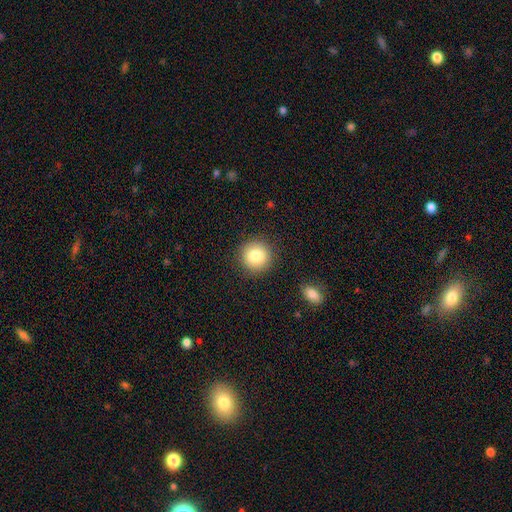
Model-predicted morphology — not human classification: Smooth or featured: smooth — 83% (star or artifact — 9%)
How rounded: round — 92% (in between — 7%)
Merging: none — 89% (minor disturbance — 7%)